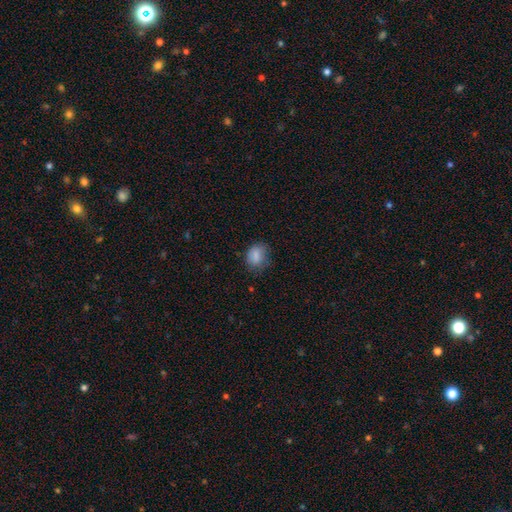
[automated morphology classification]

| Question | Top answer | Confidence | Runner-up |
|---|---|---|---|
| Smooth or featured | smooth | 83% | star or artifact (9%) |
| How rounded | in between | 60% | round (38%) |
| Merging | none | 65% | minor disturbance (25%) |